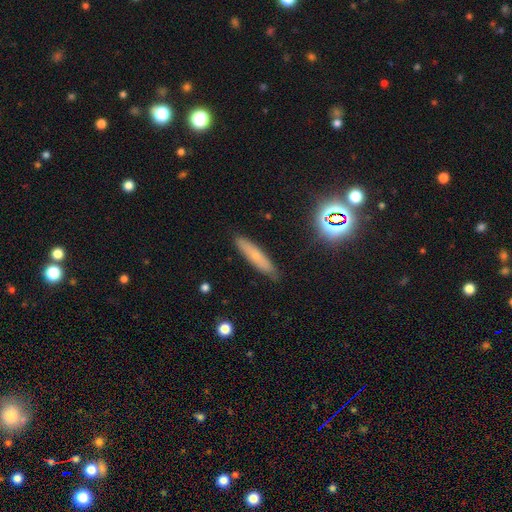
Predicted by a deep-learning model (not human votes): smooth 63%, featured or disk 25%, star or artifact 12%. Down the decision tree: how rounded — cigar-shaped (85%); merging — none (86%).